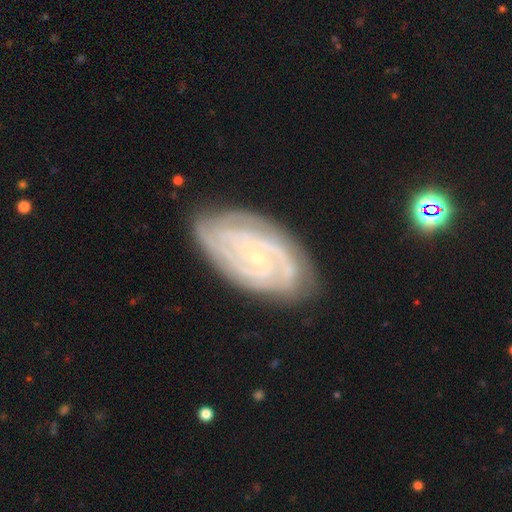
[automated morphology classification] Smooth or featured? Predicted: featured or disk (p=0.89). Edge-on disk? Predicted: no (p=0.96). Bar? Predicted: no (p=0.63). Spiral arms? Predicted: yes (p=0.98). Spiral winding? Predicted: tight (p=0.78). Spiral arm count? Predicted: 2 (p=0.27). Bulge size? Predicted: small (p=0.85). Merging? Predicted: none (p=0.78).